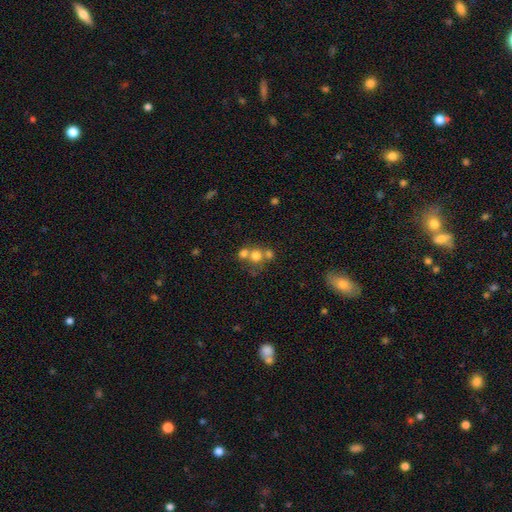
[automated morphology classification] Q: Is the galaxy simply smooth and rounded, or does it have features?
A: smooth — 68%.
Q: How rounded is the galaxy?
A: round — 84%.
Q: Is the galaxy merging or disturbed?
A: merger — 48%.